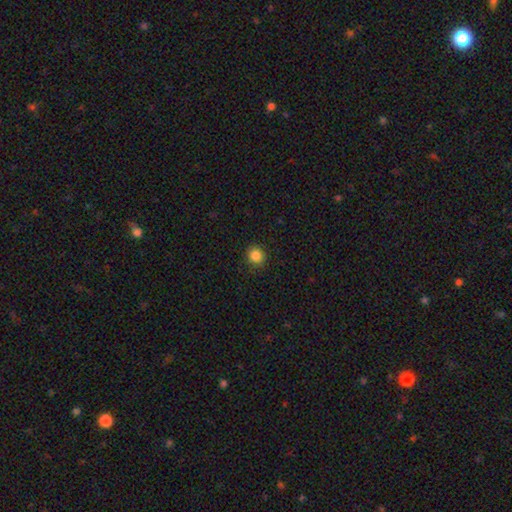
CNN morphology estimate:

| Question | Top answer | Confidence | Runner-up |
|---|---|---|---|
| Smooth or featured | smooth | 85% | star or artifact (11%) |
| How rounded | round | 90% | in between (9%) |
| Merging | none | 91% | minor disturbance (6%) |